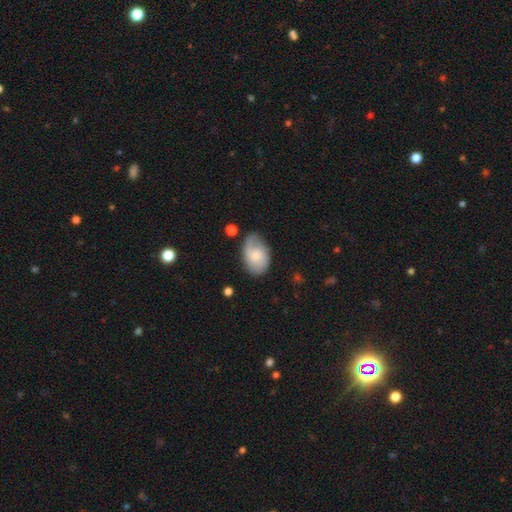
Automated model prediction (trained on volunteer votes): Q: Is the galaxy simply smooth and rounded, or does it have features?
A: smooth — 56%.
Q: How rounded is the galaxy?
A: in between — 87%.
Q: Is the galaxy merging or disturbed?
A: none — 63%.